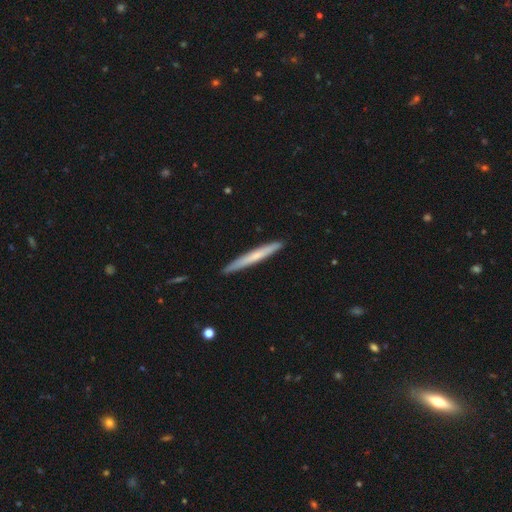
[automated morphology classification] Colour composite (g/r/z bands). It shows a smooth galaxy with no disk features (53%) that is cigar-shaped (97%). Merging: none (91%).